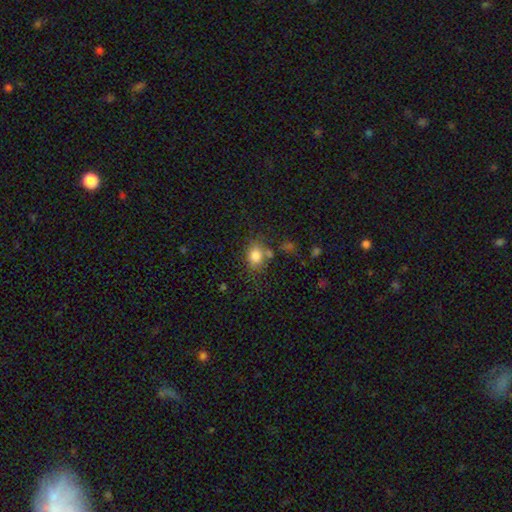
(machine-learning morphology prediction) Smooth or featured? Predicted: smooth (p=0.81). How rounded? Predicted: in between (p=0.58). Merging? Predicted: none (p=0.59).